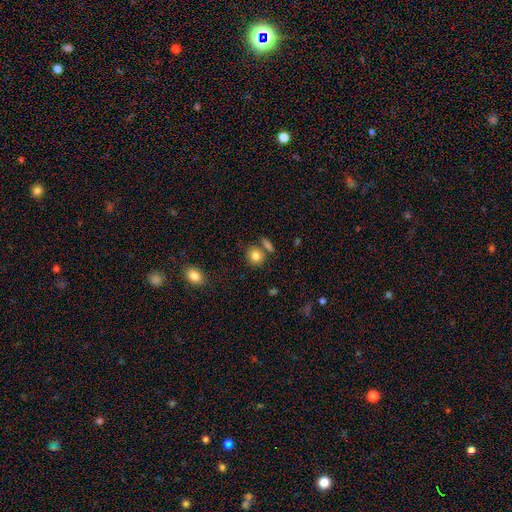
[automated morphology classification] smooth-or-featured: smooth: 83% | star or artifact: 10% | featured or disk: 8%
  how-rounded: round: 74% | in between: 25% | cigar-shaped: 2%
  merging: none: 71% | merger: 15% | minor disturbance: 11% | major disturbance: 4%